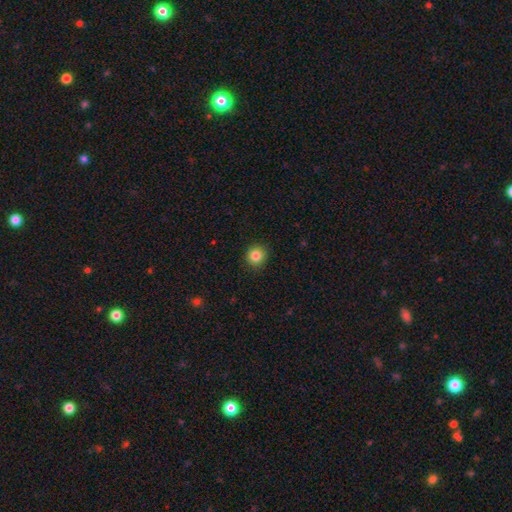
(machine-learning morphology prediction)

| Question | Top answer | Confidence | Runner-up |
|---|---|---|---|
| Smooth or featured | smooth | 85% | star or artifact (10%) |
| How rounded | round | 91% | in between (8%) |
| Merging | none | 91% | minor disturbance (6%) |